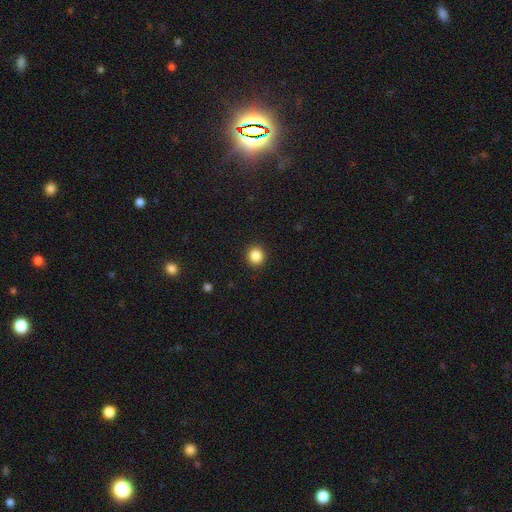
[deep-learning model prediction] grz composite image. It shows a smooth galaxy with no disk features (86%) that is round (91%). Merging: none (92%).